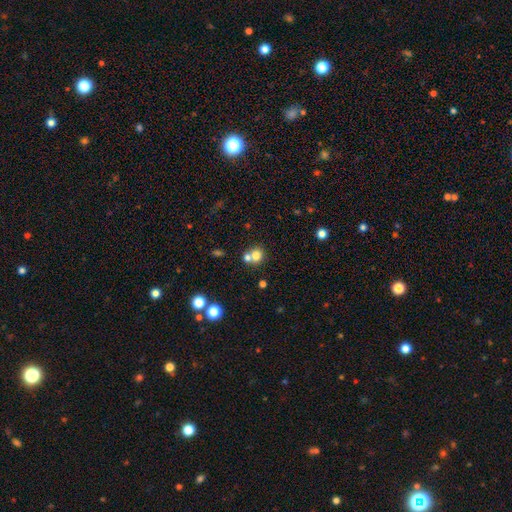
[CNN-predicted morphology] Smooth or featured: smooth — 75% (star or artifact — 13%)
How rounded: round — 82% (in between — 17%)
Merging: none — 48% (merger — 41%)